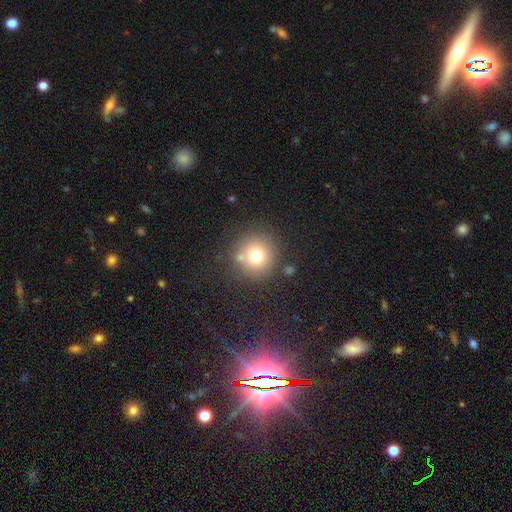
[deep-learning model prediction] smooth-or-featured: smooth: 72% | star or artifact: 15% | featured or disk: 13%
  how-rounded: round: 93% | in between: 6% | cigar-shaped: 1%
  merging: none: 76% | minor disturbance: 10% | merger: 9% | major disturbance: 4%